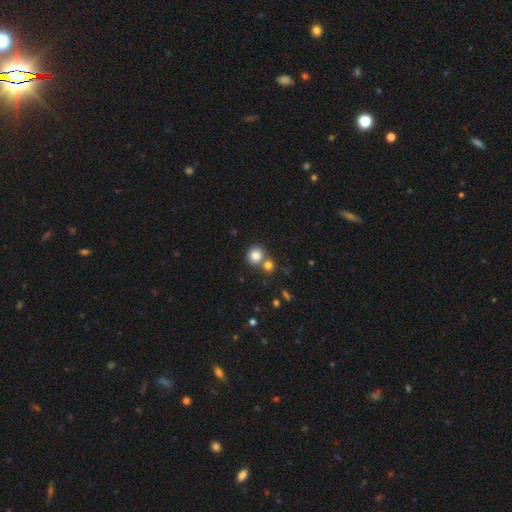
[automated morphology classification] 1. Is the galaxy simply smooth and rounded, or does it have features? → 82% smooth, 11% star or artifact, 8% featured or disk.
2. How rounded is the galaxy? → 86% round, 13% in between, 1% cigar-shaped.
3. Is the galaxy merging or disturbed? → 58% none, 32% merger, 8% minor disturbance, 3% major disturbance.